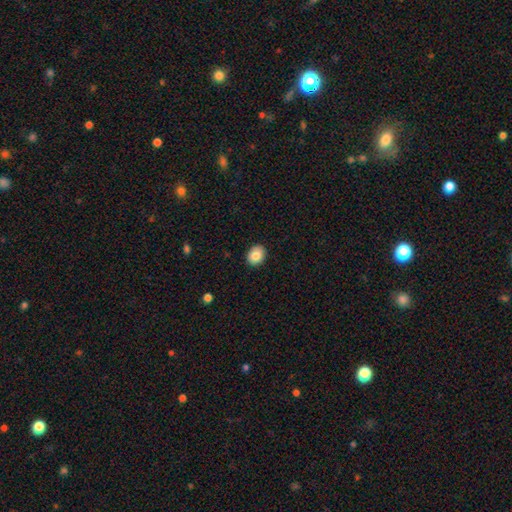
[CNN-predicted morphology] Smooth or featured?
  - smooth: 84% *
  - star or artifact: 8%
  - featured or disk: 8%
How rounded?
  - round: 50% *
  - in between: 49%
  - cigar-shaped: 1%
Merging?
  - none: 90% *
  - minor disturbance: 7%
  - major disturbance: 2%
  - merger: 1%